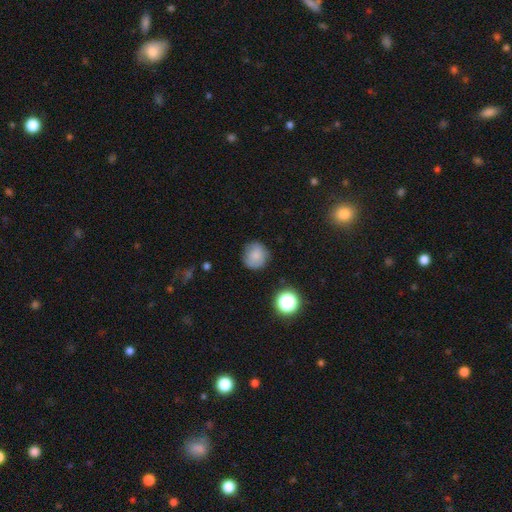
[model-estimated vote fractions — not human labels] Smooth or featured: smooth — 77% (featured or disk — 12%)
How rounded: round — 90% (in between — 9%)
Merging: none — 80% (minor disturbance — 14%)